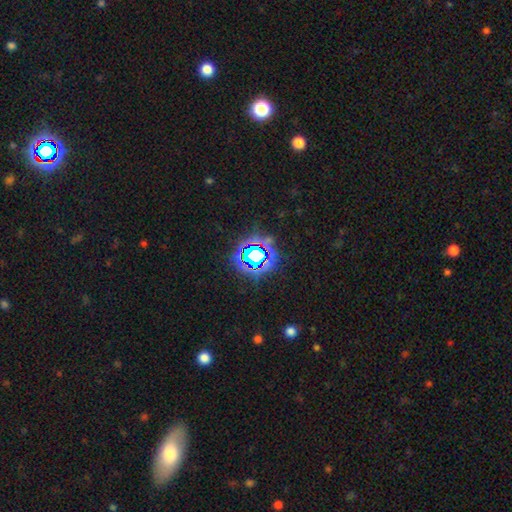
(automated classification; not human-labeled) Smooth or featured: star or artifact — 72% (smooth — 17%)